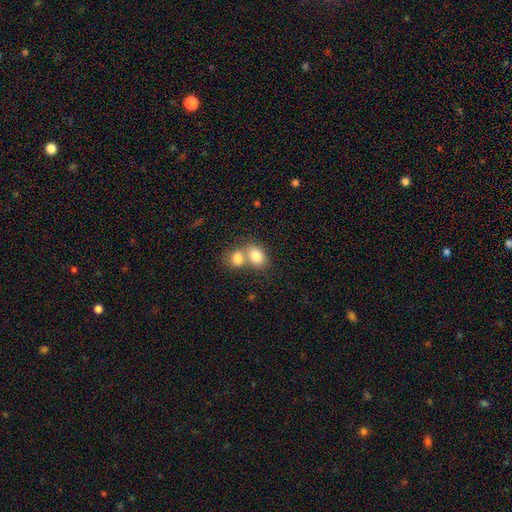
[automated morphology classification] The model was most divided on "merging": merger: 59%, none: 32%, minor disturbance: 7%, major disturbance: 3%. More confident: smooth or featured — smooth (80%); how rounded — in between (64%).